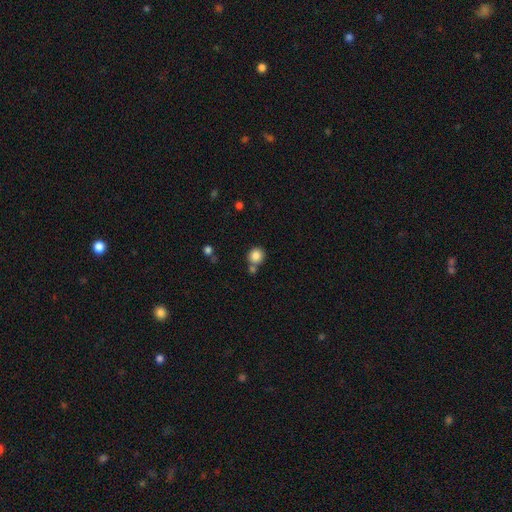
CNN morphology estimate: This is clearly a smooth galaxy (84%). How rounded: clearly round (89%). Merging: likely none (66%).